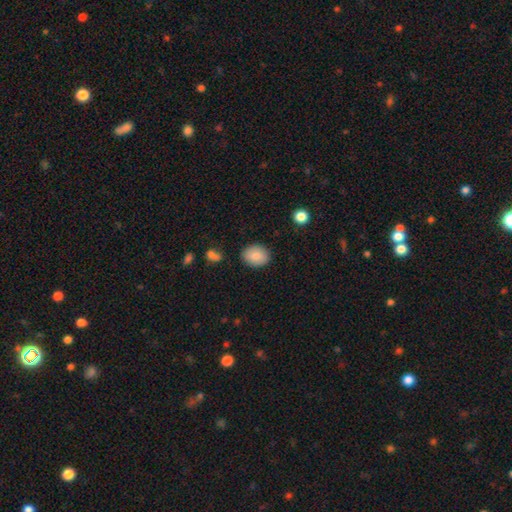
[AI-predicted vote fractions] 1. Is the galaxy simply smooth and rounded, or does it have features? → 84% smooth, 9% featured or disk, 7% star or artifact.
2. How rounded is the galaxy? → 55% in between, 44% round, 1% cigar-shaped.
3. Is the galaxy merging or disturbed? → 85% none, 11% minor disturbance, 2% major disturbance, 2% merger.